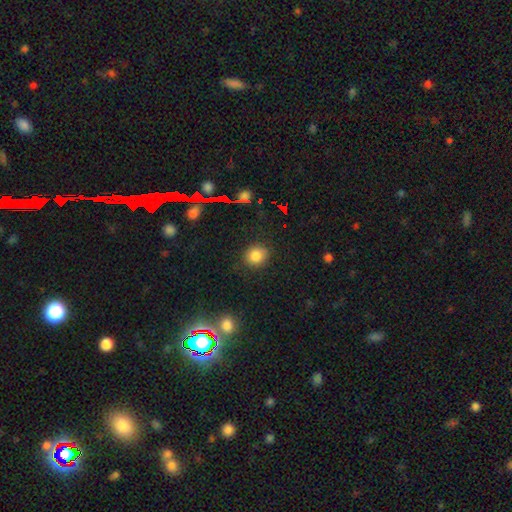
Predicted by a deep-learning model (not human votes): The model was most divided on "how rounded": round: 76%, in between: 23%, cigar-shaped: 1%. More confident: merging — none (85%); smooth or featured — smooth (82%).